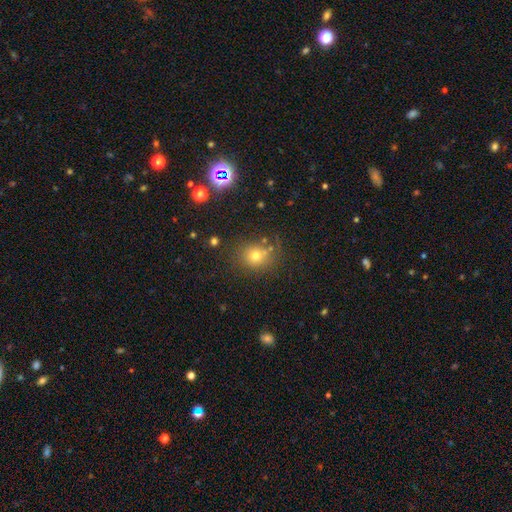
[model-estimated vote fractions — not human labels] smooth 71%, star or artifact 19%, featured or disk 10%. Down the decision tree: how rounded — round (73%); merging — none (76%).